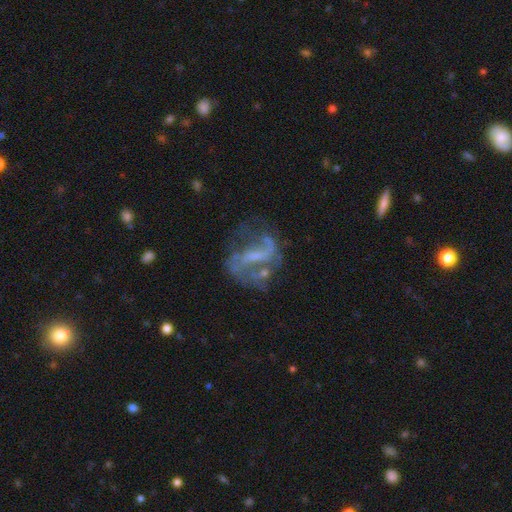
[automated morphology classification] This appears to be a featured or disk galaxy (77%) with a weak bar (42%), 2 (73%) loose (54%) spiral arms (75%) and no central bulge (41%). Merging: none (48%).